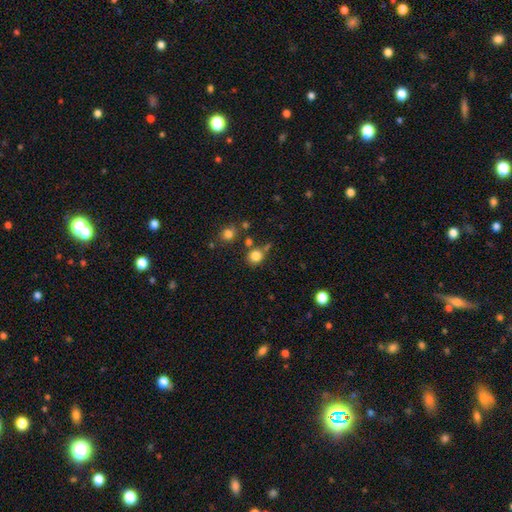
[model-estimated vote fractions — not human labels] This appears to be a smooth galaxy with no disk features (82%) that is round (85%). Merging: none (66%).